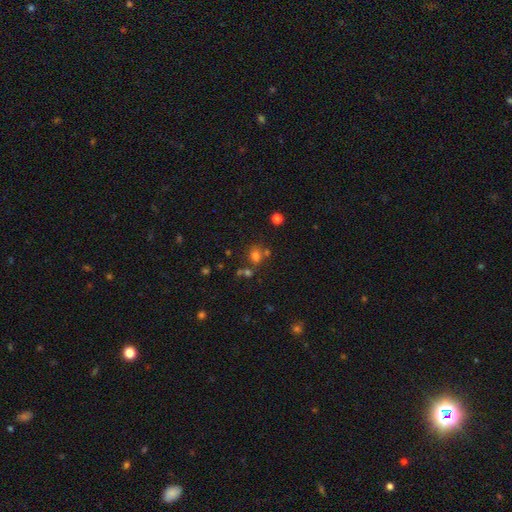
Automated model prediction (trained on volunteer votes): This is likely a smooth galaxy (70%). How rounded: possibly in between (51%). Merging: possibly none (58%).